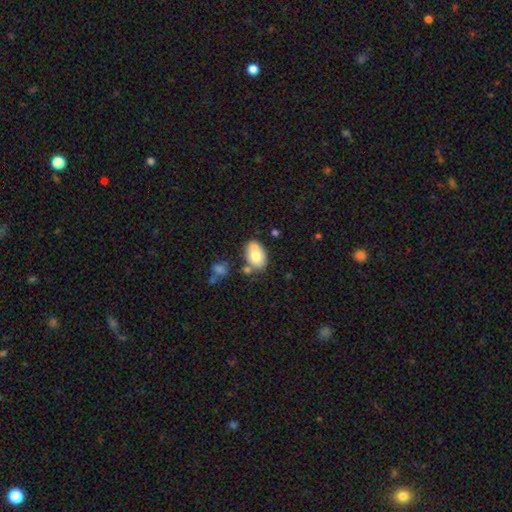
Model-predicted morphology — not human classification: type=smooth (73%); roundness=in between (87%); merging=none (60%).